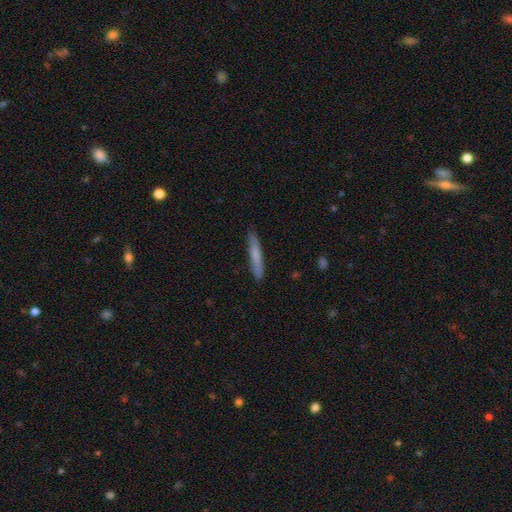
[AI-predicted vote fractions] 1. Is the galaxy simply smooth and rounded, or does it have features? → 70% smooth, 24% featured or disk, 6% star or artifact.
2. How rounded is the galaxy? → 95% cigar-shaped, 4% in between, 1% round.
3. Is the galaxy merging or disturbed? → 86% none, 10% minor disturbance, 2% major disturbance, 1% merger.